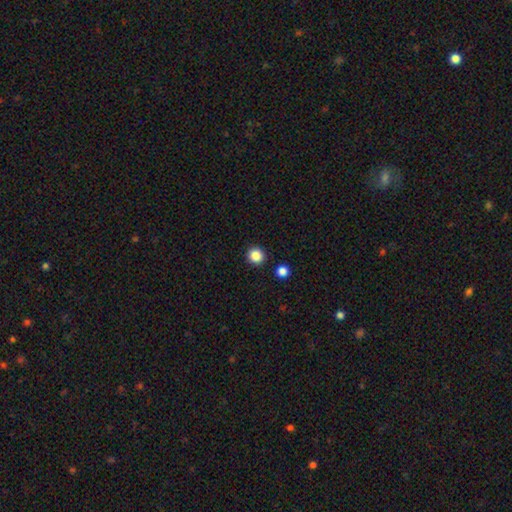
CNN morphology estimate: type=smooth (85%); roundness=round (93%); merging=none (91%).